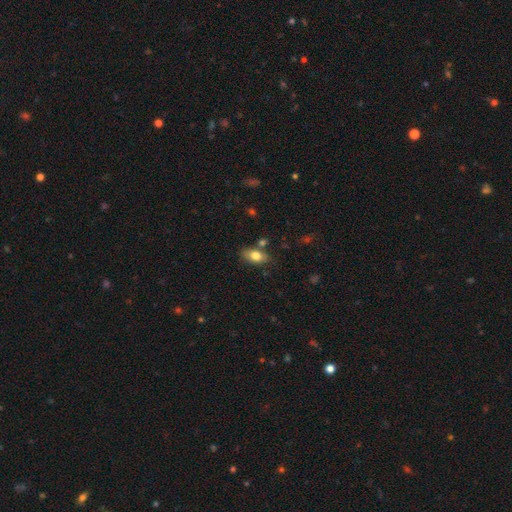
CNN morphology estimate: smooth 78%, featured or disk 14%, star or artifact 8%. Down the decision tree: how rounded — in between (89%); merging — none (74%).